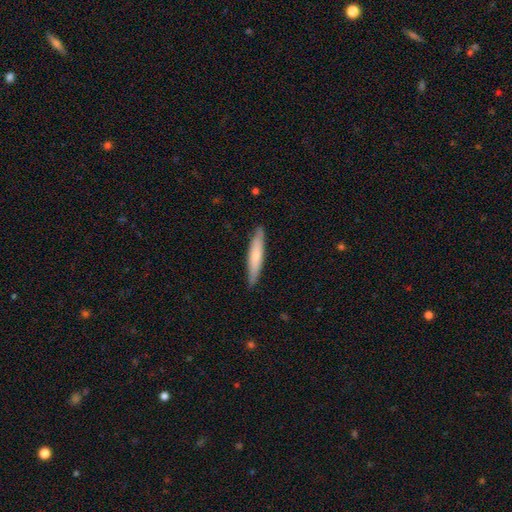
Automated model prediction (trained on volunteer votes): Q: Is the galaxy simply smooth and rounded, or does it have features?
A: smooth — 65%.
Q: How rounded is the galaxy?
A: cigar-shaped — 89%.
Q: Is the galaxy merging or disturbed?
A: none — 89%.